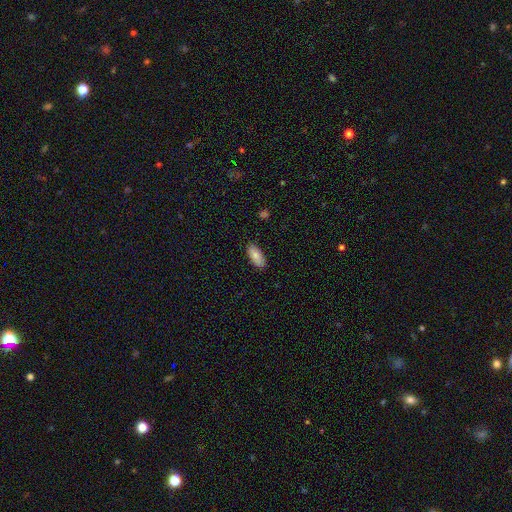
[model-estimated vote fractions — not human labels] smooth-or-featured: smooth: 85% | featured or disk: 9% | star or artifact: 6%
  how-rounded: in between: 88% | cigar-shaped: 10% | round: 2%
  merging: none: 88% | minor disturbance: 9% | major disturbance: 2% | merger: 1%